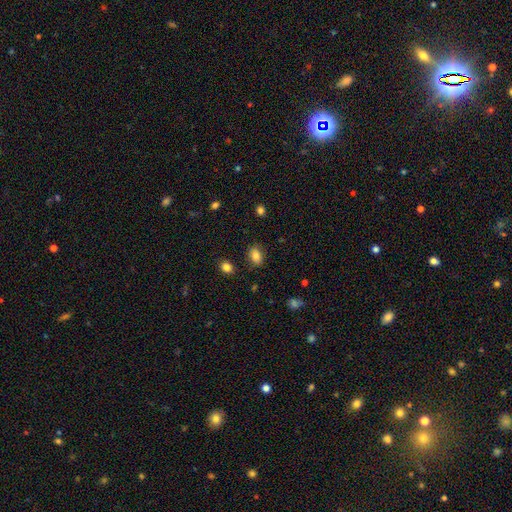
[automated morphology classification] Smooth or featured? Predicted: smooth (p=0.85). How rounded? Predicted: in between (p=0.79). Merging? Predicted: none (p=0.84).